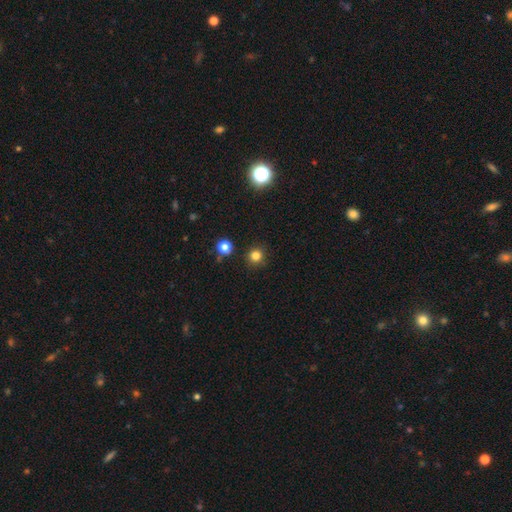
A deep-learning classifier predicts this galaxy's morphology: smooth-or-featured: smooth: 81% | star or artifact: 15% | featured or disk: 4%
  how-rounded: round: 92% | in between: 7% | cigar-shaped: 1%
  merging: none: 88% | minor disturbance: 7% | merger: 2% | major disturbance: 2%